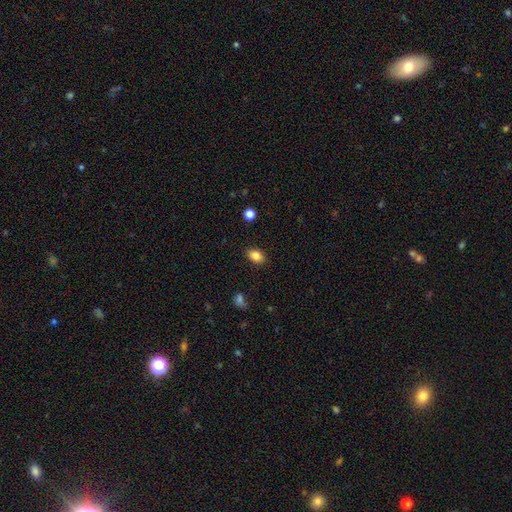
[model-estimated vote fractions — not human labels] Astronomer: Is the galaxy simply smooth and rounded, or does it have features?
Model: smooth — 84%.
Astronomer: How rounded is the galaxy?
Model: in between — 77%.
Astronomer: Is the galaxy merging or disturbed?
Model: none — 88%.